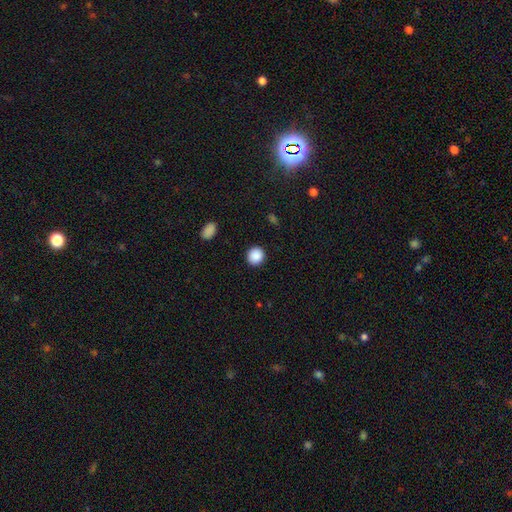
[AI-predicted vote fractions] The model was most divided on "smooth or featured": smooth: 89%, star or artifact: 9%, featured or disk: 3%. More confident: merging — none (92%); how rounded — round (90%).